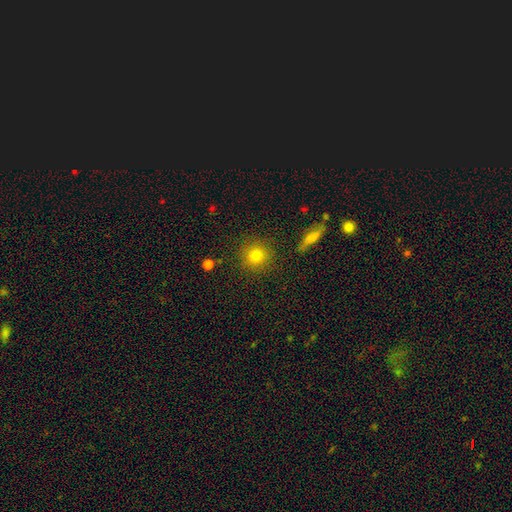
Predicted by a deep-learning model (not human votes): Morphology: type=smooth (79%); roundness=round (93%); merging=none (89%).